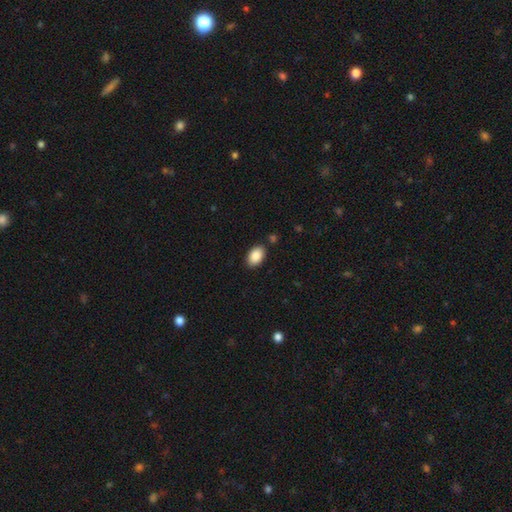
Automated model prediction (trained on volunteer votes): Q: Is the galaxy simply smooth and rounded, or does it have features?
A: smooth — 88%.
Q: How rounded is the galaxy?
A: in between — 91%.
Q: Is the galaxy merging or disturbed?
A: none — 85%.